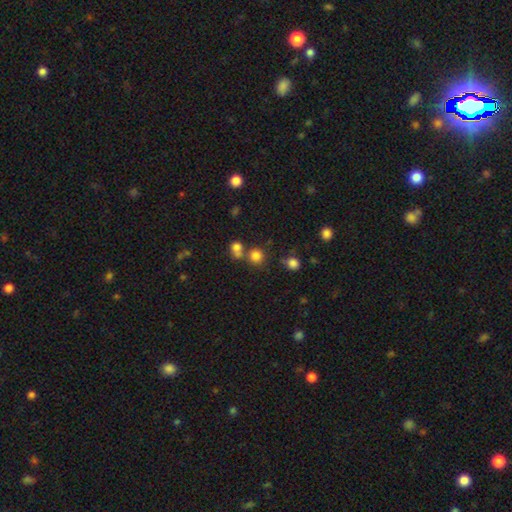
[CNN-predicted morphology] Smooth or featured: smooth — 77% (star or artifact — 16%)
How rounded: round — 89% (in between — 10%)
Merging: none — 65% (merger — 24%)